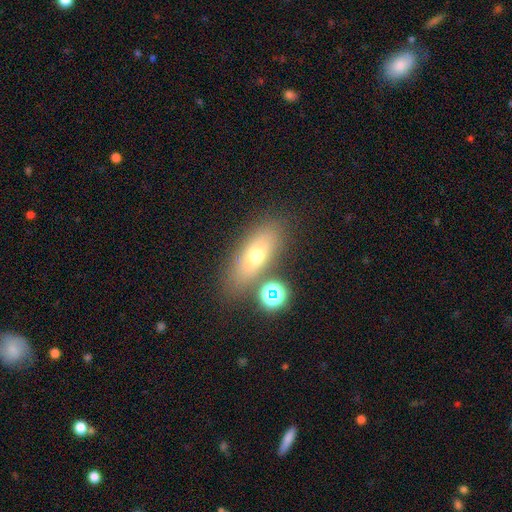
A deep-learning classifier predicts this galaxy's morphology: The model was most divided on "smooth or featured": smooth: 63%, featured or disk: 23%, star or artifact: 14%. More confident: merging — none (73%); how rounded — in between (69%).